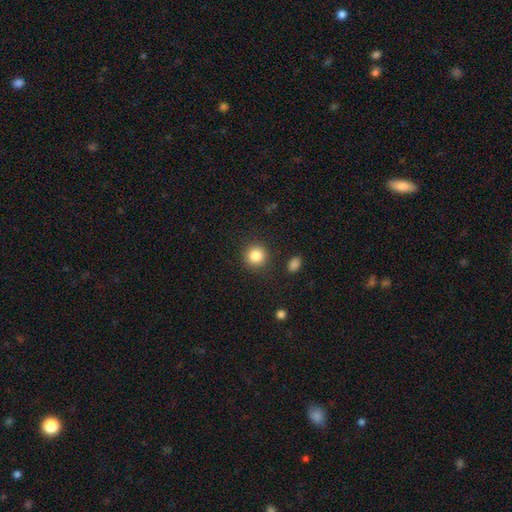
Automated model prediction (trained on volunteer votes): Smooth or featured: smooth — 85% (star or artifact — 10%)
How rounded: round — 92% (in between — 7%)
Merging: none — 89% (minor disturbance — 7%)